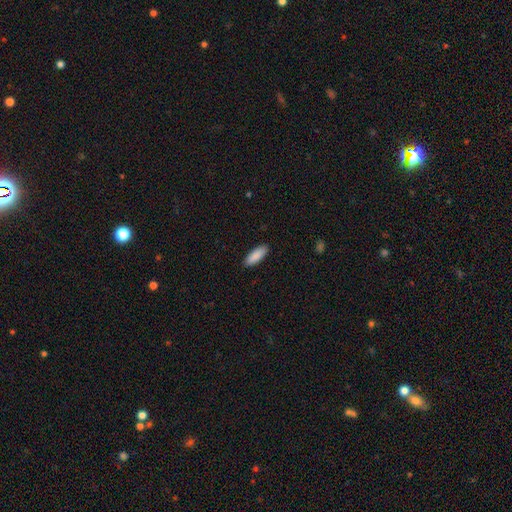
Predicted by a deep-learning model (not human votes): Morphology: type=smooth (90%); roundness=in between (65%); merging=none (90%).